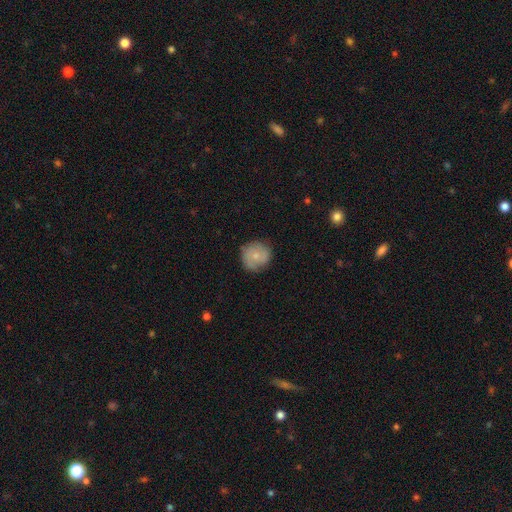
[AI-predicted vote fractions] Smooth or featured? Predicted: smooth (p=0.59). How rounded? Predicted: round (p=0.91). Merging? Predicted: none (p=0.78).